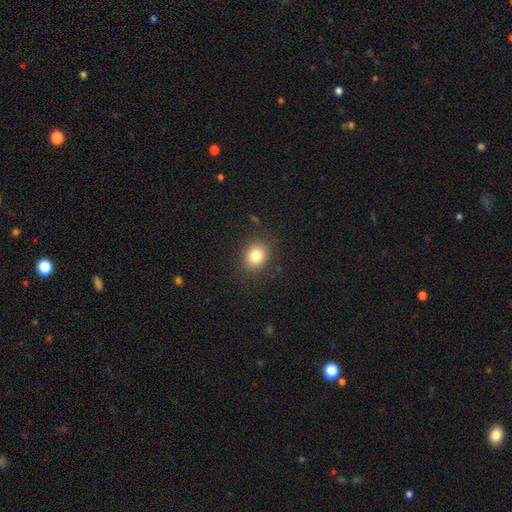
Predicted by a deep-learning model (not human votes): smooth 82%, star or artifact 11%, featured or disk 8%. Down the decision tree: how rounded — round (57%); merging — none (86%).